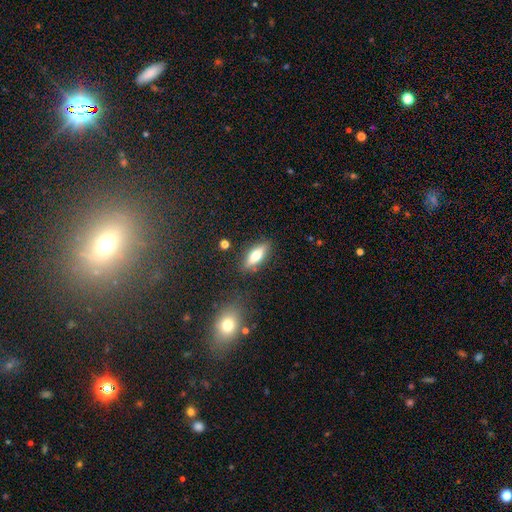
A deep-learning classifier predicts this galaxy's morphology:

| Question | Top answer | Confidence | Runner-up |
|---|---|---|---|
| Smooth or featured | smooth | 65% | featured or disk (28%) |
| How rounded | in between | 62% | cigar-shaped (35%) |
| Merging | none | 84% | minor disturbance (11%) |